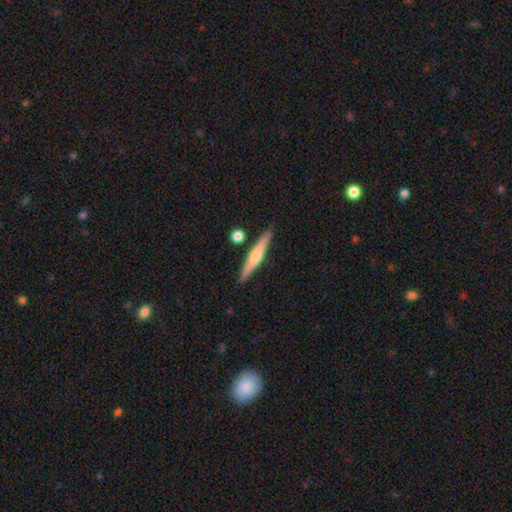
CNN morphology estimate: This is possibly a featured or disk galaxy (52%). It is clearly viewed edge-on (96%). Merging: clearly none (86%).